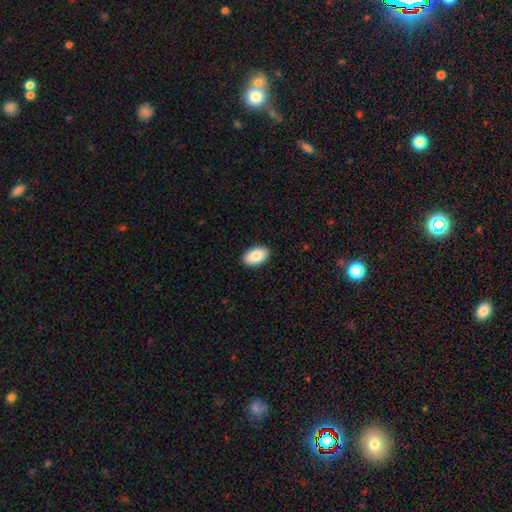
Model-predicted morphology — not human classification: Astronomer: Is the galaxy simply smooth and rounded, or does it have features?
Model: smooth — 87%.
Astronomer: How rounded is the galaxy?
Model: in between — 93%.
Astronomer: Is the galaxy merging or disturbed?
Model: none — 90%.